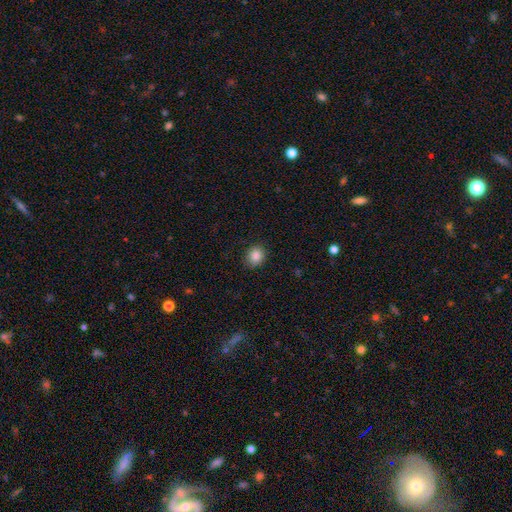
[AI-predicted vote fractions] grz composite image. It shows a smooth galaxy with no disk features (86%) that is round (72%). Merging: none (87%).